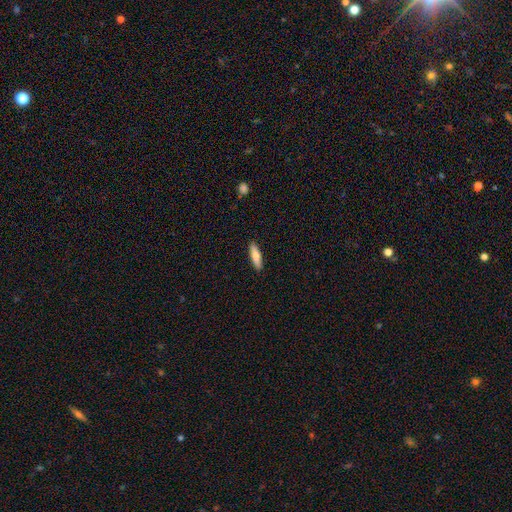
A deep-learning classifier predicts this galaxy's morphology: Smooth or featured? smooth (72%)
How rounded? cigar-shaped (67%)
Merging? none (90%)